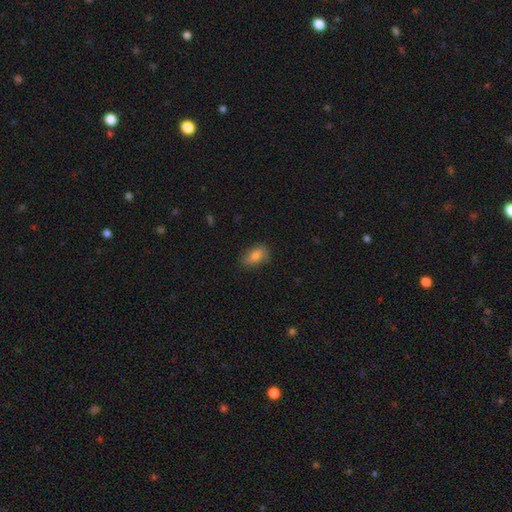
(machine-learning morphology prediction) smooth 75%, featured or disk 16%, star or artifact 9%. Down the decision tree: how rounded — in between (86%); merging — none (75%).